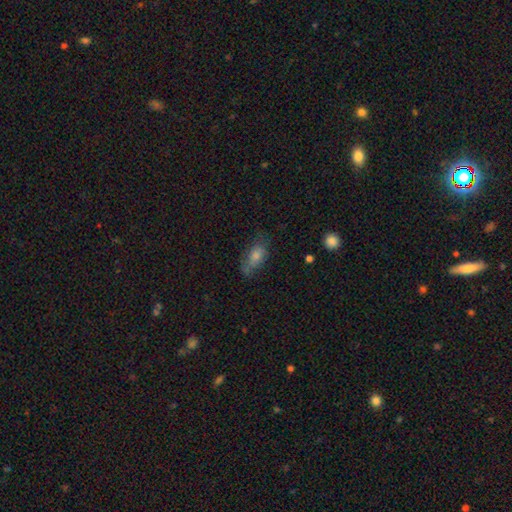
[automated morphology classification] Overall: smooth (62%; featured or disk 24%). How rounded: in between (82%). Merging: none (57%; minor disturbance 27%).